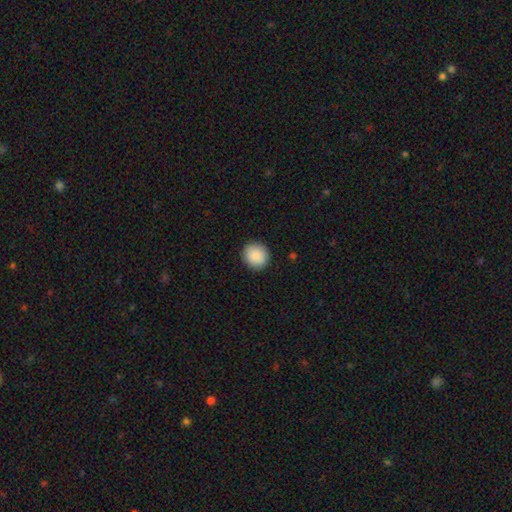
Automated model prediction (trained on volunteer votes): This is clearly a smooth galaxy (90%). How rounded: clearly round (91%). Merging: clearly none (92%).